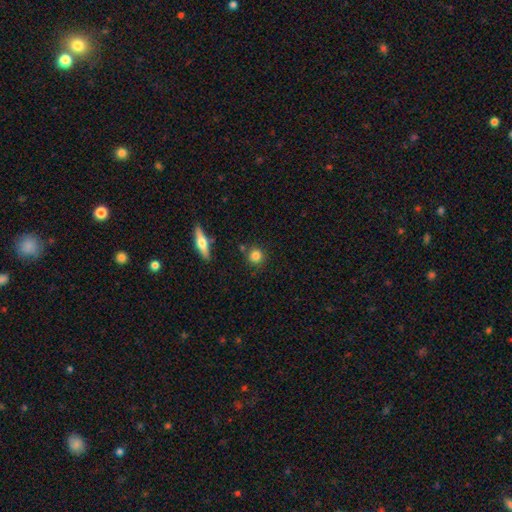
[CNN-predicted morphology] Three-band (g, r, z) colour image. It shows a smooth galaxy with no disk features (80%) that is round (89%). Merging: none (81%).